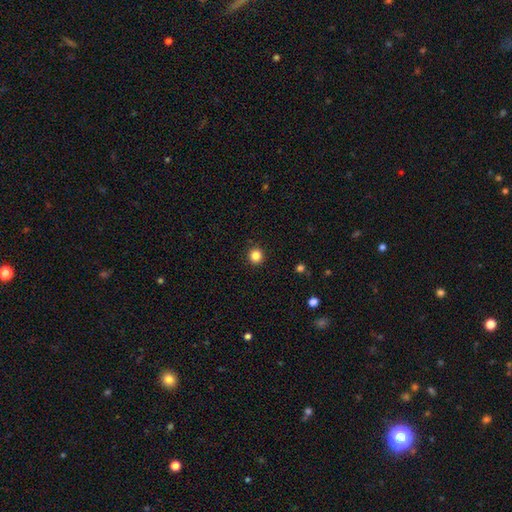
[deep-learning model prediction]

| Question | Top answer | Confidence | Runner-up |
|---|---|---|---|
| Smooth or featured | smooth | 85% | star or artifact (11%) |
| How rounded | round | 92% | in between (7%) |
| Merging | none | 92% | minor disturbance (5%) |